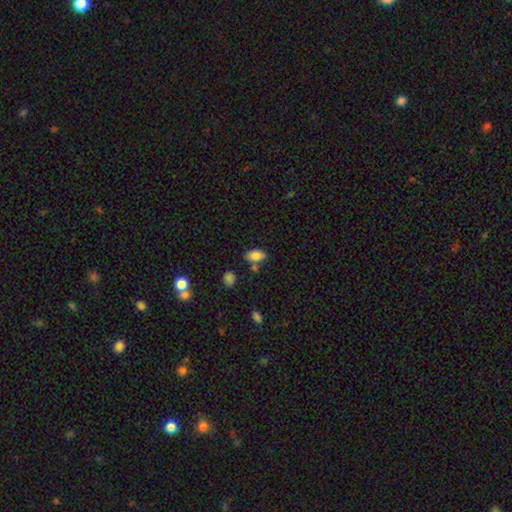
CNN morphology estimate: Q: Smooth or featured?
A: smooth (82%); runner-up: featured or disk (9%)
Q: How rounded?
A: in between (91%); runner-up: round (5%)
Q: Merging?
A: none (68%); runner-up: minor disturbance (16%)